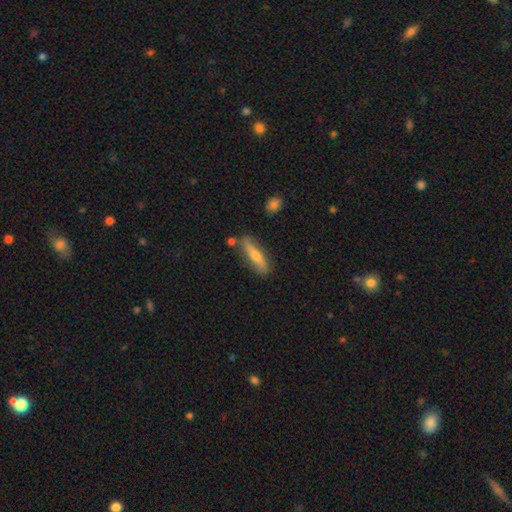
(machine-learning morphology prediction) The model was most divided on "smooth or featured": featured or disk: 51%, smooth: 43%, star or artifact: 6%. More confident: edge-on disk — yes (78%); merging — none (77%).